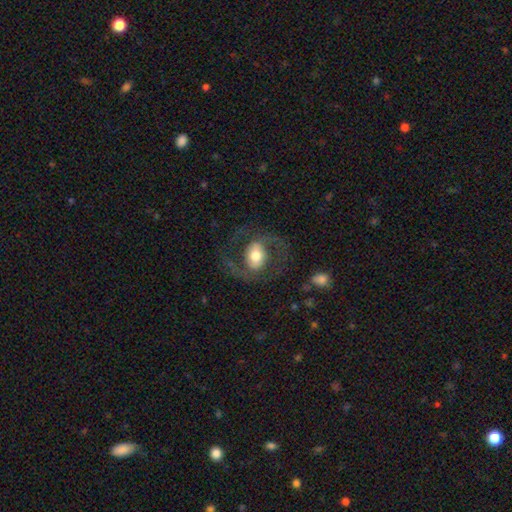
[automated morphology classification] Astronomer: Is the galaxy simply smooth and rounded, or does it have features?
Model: featured or disk — 67%.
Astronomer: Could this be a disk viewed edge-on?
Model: no — 96%.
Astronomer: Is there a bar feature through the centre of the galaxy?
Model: no — 43% (runner-up: weak, 35%).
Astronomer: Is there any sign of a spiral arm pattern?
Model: yes — 75%.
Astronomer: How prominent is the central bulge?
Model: moderate — 61%.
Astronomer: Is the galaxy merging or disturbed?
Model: none — 70%.